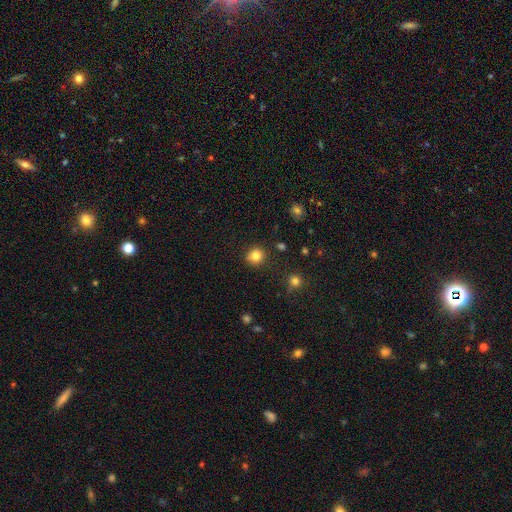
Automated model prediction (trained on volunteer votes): Morphology: type=smooth (83%); roundness=round (86%); merging=none (87%).